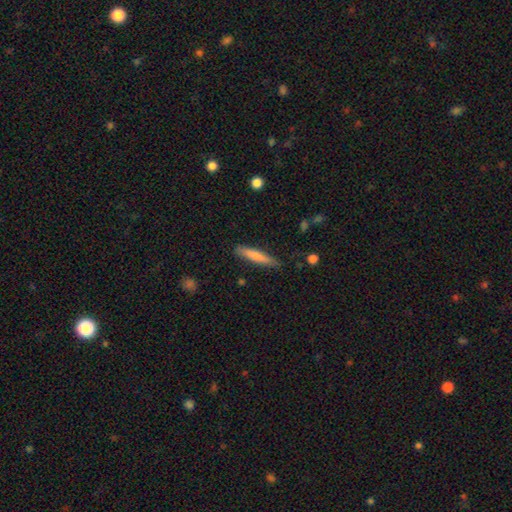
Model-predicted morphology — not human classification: The model was most divided on "smooth or featured": smooth: 76%, featured or disk: 18%, star or artifact: 5%. More confident: how rounded — cigar-shaped (90%); merging — none (83%).